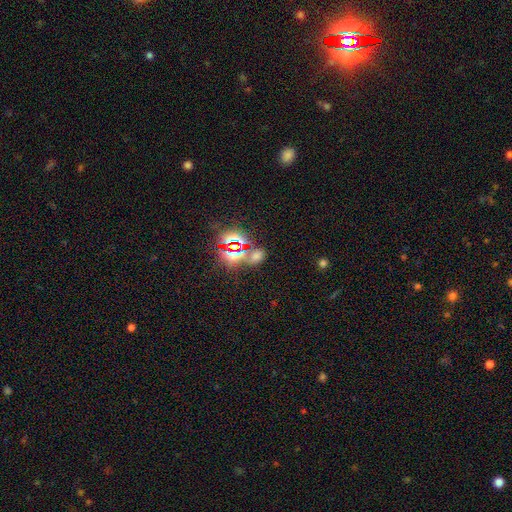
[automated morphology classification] Smooth or featured?
  - star or artifact: 57% *
  - smooth: 34%
  - featured or disk: 8%